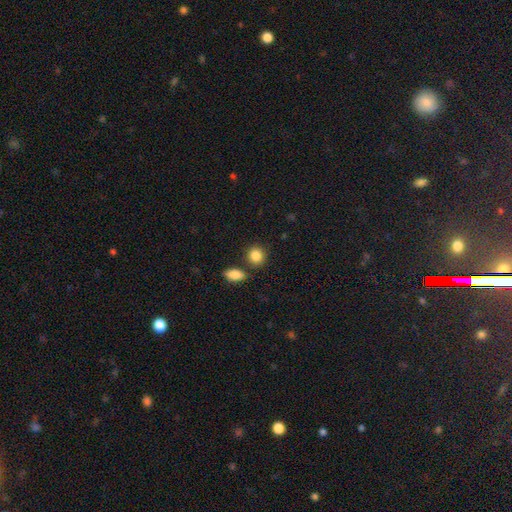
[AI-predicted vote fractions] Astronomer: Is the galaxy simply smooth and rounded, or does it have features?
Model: smooth — 87%.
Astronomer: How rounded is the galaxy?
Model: round — 73%.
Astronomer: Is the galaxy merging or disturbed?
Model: none — 77%.